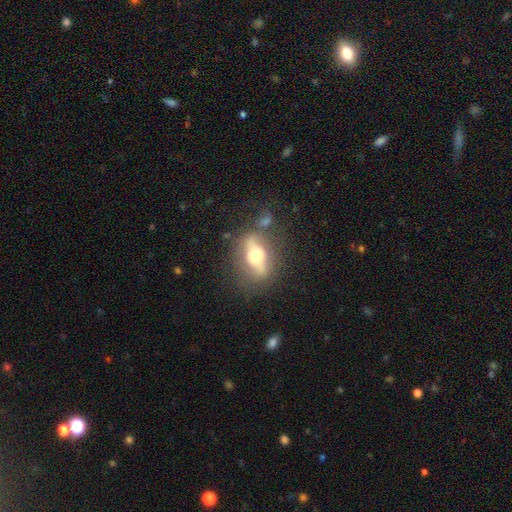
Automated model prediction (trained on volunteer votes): A featured or disk galaxy (53%). Merging: none (66%).